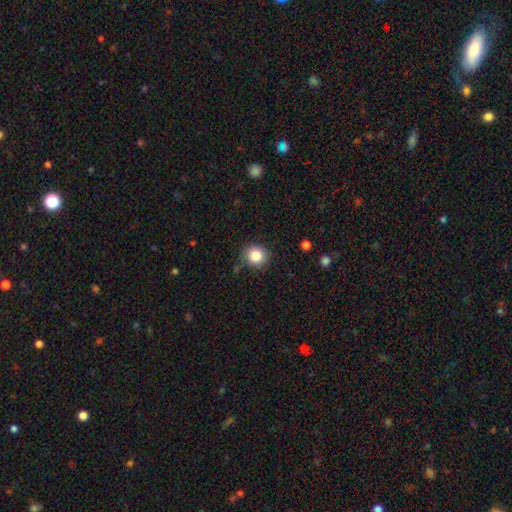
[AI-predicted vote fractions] smooth-or-featured: smooth: 84% | star or artifact: 10% | featured or disk: 5%
  how-rounded: round: 91% | in between: 8% | cigar-shaped: 1%
  merging: none: 84% | minor disturbance: 11% | major disturbance: 3% | merger: 2%